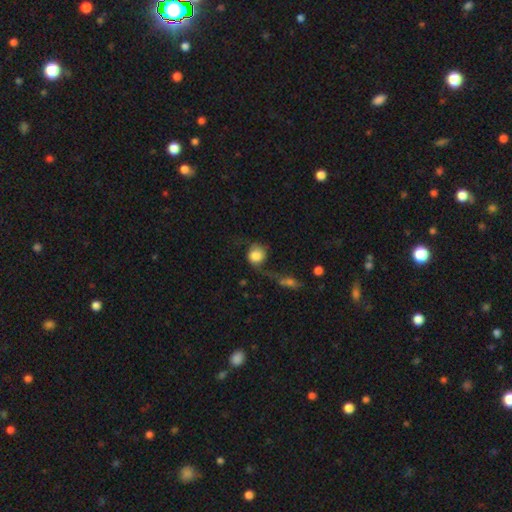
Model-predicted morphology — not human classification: smooth_or_featured: smooth (p=0.63) [alt: featured or disk p=0.29]
how_rounded: round (p=0.83) [alt: in between p=0.15]
merging: none (p=0.34) [alt: major disturbance p=0.28]